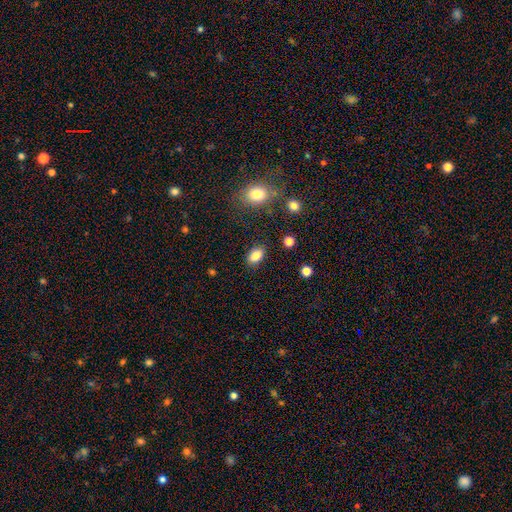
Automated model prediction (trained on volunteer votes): Smooth or featured?
  - smooth: 86% *
  - star or artifact: 9%
  - featured or disk: 5%
How rounded?
  - in between: 89% *
  - round: 9%
  - cigar-shaped: 2%
Merging?
  - none: 85% *
  - minor disturbance: 10%
  - major disturbance: 3%
  - merger: 2%